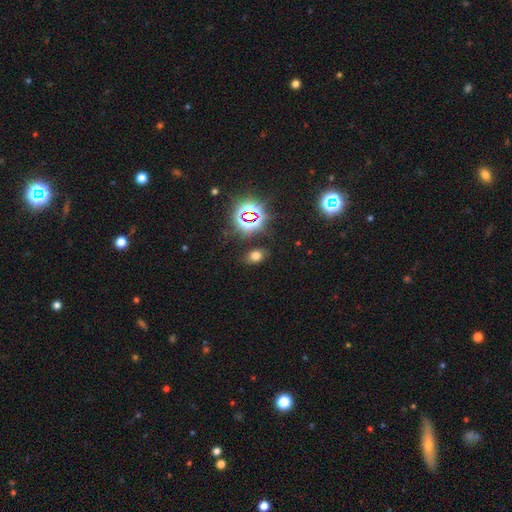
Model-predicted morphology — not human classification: Overall: smooth (62%; star or artifact 30%). How rounded: in between (73%). Merging: none (82%).